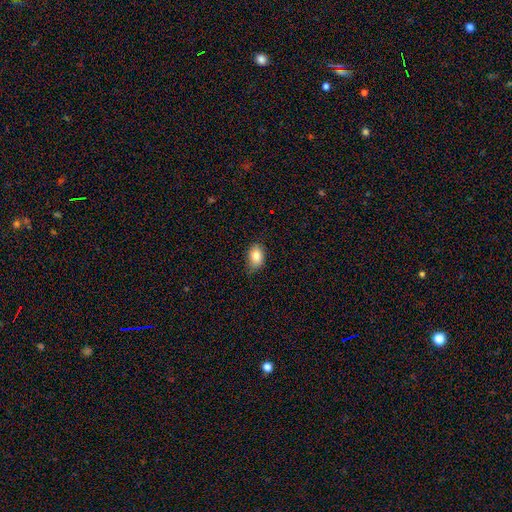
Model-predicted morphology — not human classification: Smooth or featured: smooth — 82% (featured or disk — 9%)
How rounded: in between — 80% (round — 19%)
Merging: none — 72% (minor disturbance — 23%)